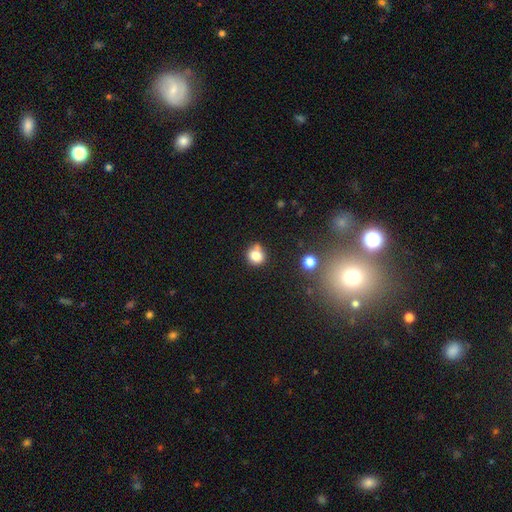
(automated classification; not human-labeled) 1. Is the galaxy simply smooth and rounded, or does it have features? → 80% smooth, 11% star or artifact, 9% featured or disk.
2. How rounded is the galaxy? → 83% round, 16% in between, 1% cigar-shaped.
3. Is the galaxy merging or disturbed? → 61% none, 17% merger, 17% minor disturbance, 5% major disturbance.